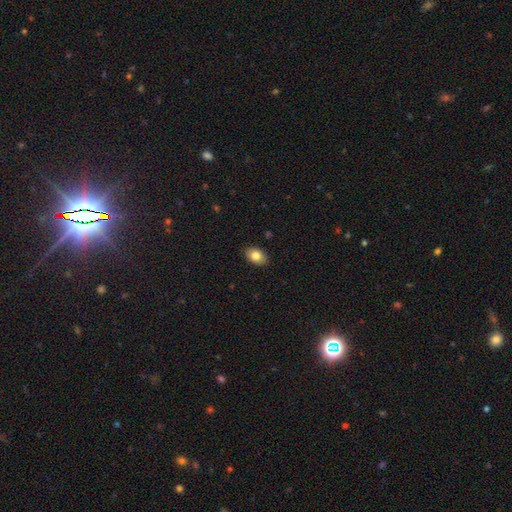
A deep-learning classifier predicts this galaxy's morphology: Smooth or featured: smooth — 81% (featured or disk — 11%)
How rounded: in between — 84% (round — 15%)
Merging: none — 88% (minor disturbance — 9%)